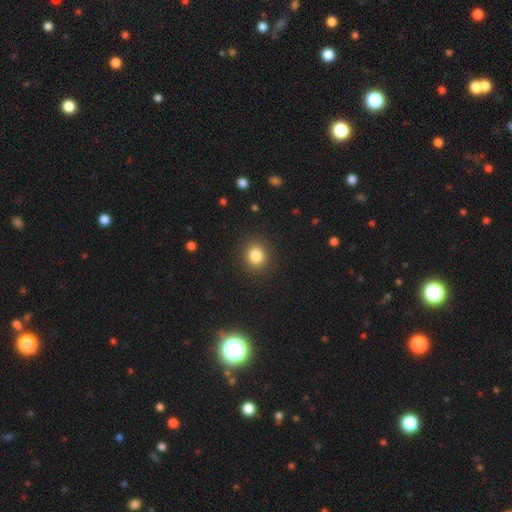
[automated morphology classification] This appears to be a smooth galaxy with no disk features (83%) that is round (83%). Merging: none (90%).